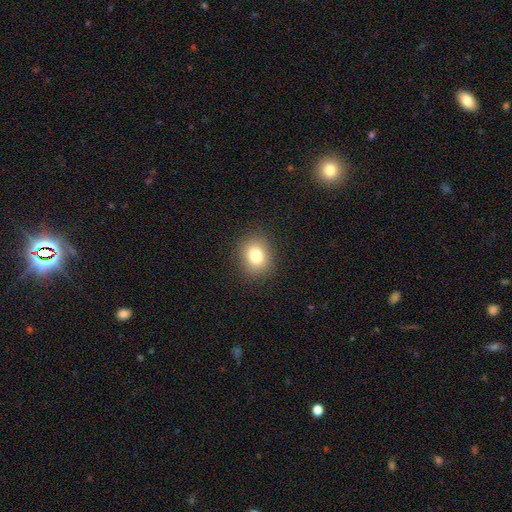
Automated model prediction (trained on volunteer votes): Morphology: type=smooth (80%); roundness=round (63%); merging=none (89%).